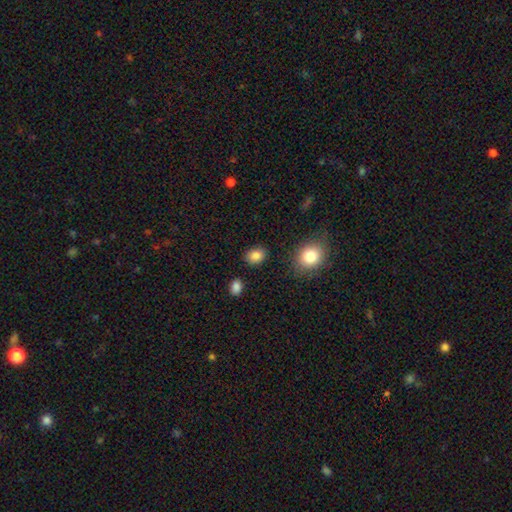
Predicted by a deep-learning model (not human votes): A smooth galaxy with no disk features (86%) that is in between round and cigar-shaped (60%). Merging: none (86%).